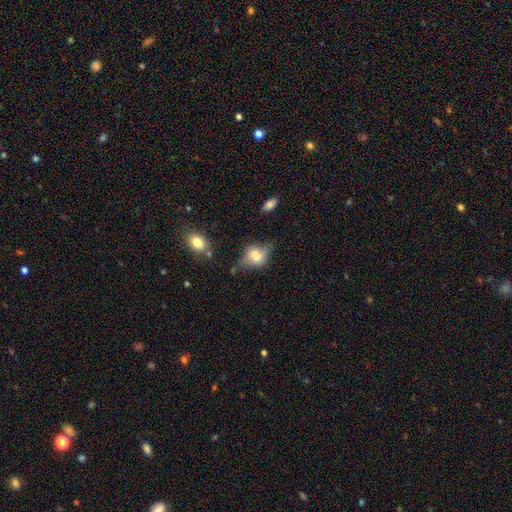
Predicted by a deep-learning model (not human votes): smooth-or-featured: smooth: 56% | featured or disk: 34% | star or artifact: 10%
  how-rounded: in between: 63% | round: 34% | cigar-shaped: 4%
  merging: none: 49% | minor disturbance: 31% | major disturbance: 14% | merger: 6%